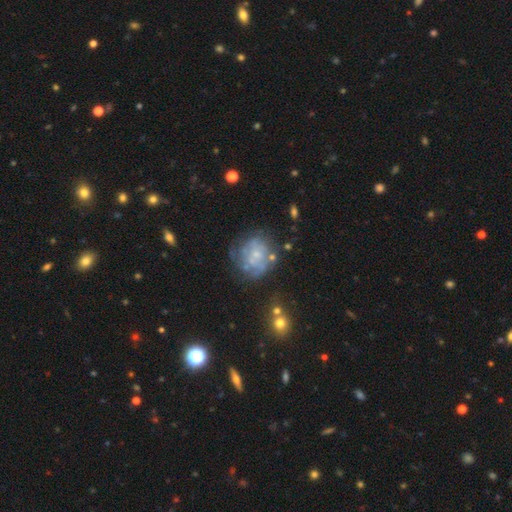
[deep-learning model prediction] The model was most divided on "spiral arms": yes: 54%, no: 46%. More confident: edge-on disk — no (98%); bar — no (84%); bulge size — small (67%); smooth or featured — featured or disk (63%); merging — none (56%).